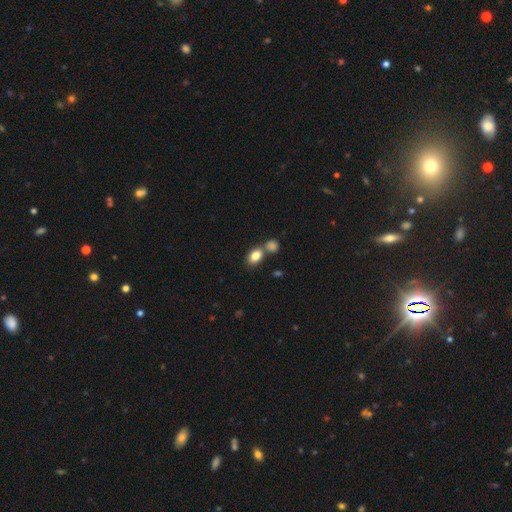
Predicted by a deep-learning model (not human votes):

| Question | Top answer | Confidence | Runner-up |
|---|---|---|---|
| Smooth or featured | smooth | 84% | star or artifact (9%) |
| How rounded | in between | 83% | round (15%) |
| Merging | none | 51% | merger (36%) |